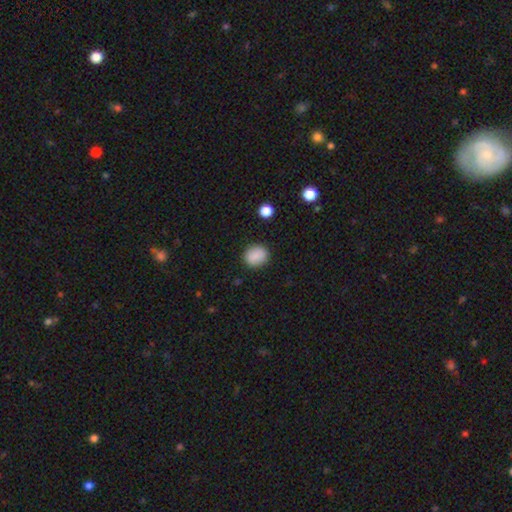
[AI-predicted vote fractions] Q: Smooth or featured?
A: smooth (87%); runner-up: star or artifact (9%)
Q: How rounded?
A: round (68%); runner-up: in between (31%)
Q: Merging?
A: none (87%); runner-up: minor disturbance (9%)